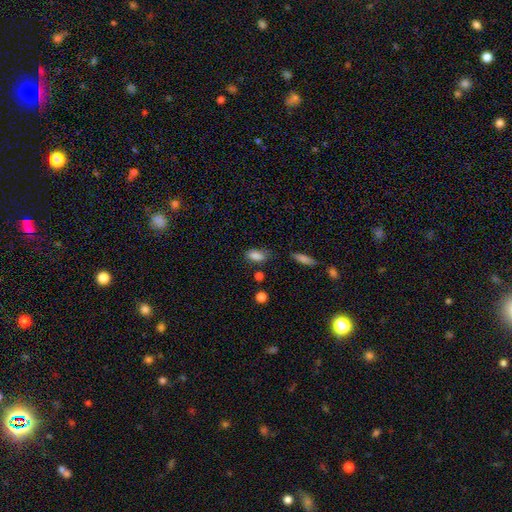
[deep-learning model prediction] Q: Smooth or featured?
A: smooth (84%); runner-up: star or artifact (9%)
Q: How rounded?
A: in between (87%); runner-up: cigar-shaped (7%)
Q: Merging?
A: none (64%); runner-up: minor disturbance (25%)